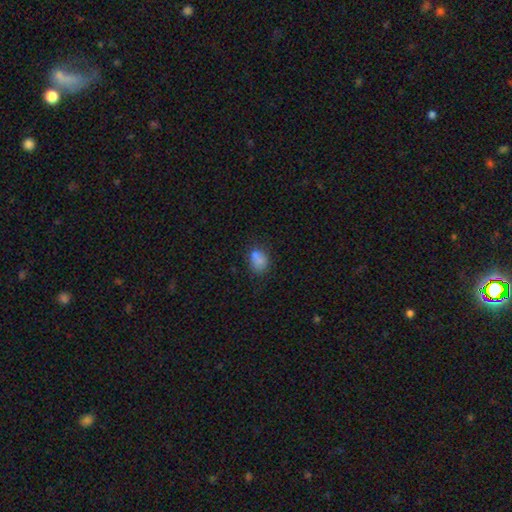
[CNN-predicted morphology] The model was most divided on "how rounded": in between: 56%, round: 42%, cigar-shaped: 2%. More confident: smooth or featured — smooth (75%); merging — none (62%).